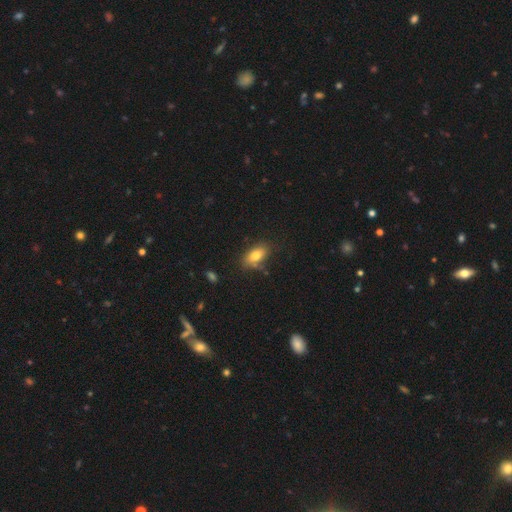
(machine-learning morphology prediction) smooth-or-featured: smooth: 78% | featured or disk: 14% | star or artifact: 8%
  how-rounded: in between: 88% | round: 7% | cigar-shaped: 5%
  merging: none: 71% | minor disturbance: 19% | major disturbance: 5% | merger: 5%